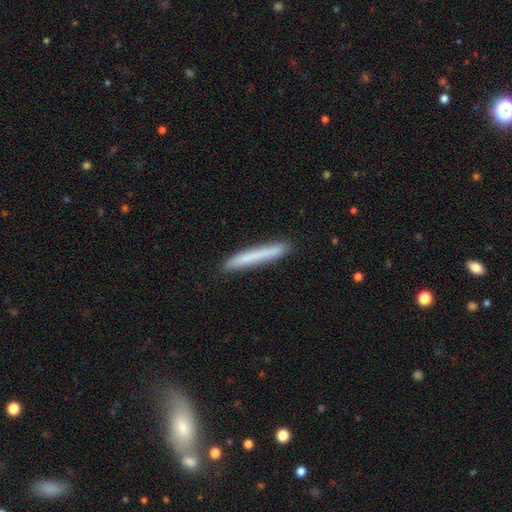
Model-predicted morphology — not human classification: This is likely a smooth galaxy (69%). How rounded: clearly cigar-shaped (97%). Merging: clearly none (89%).